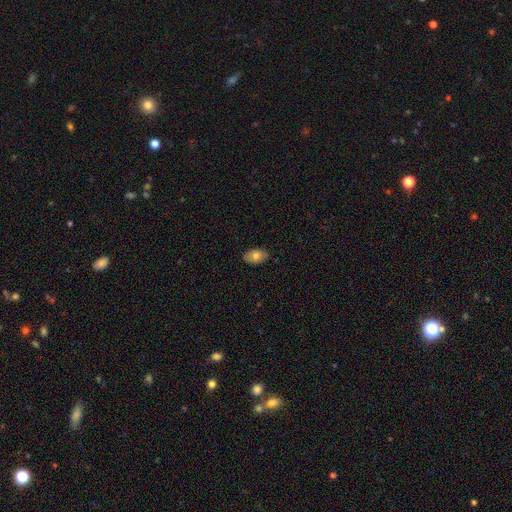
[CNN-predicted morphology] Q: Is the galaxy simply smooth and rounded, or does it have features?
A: smooth — 76%.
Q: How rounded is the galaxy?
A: in between — 92%.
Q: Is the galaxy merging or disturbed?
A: none — 86%.